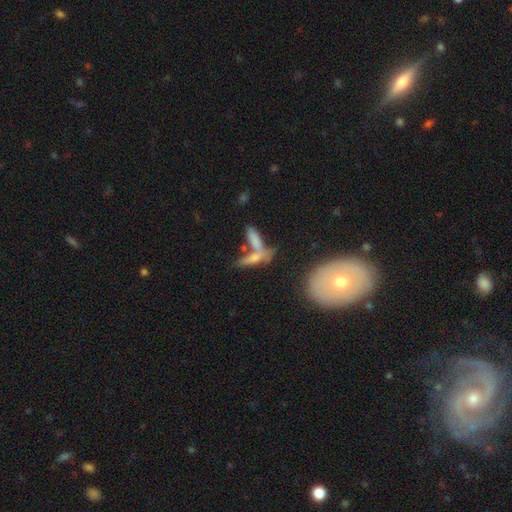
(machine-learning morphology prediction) A smooth galaxy with no disk features (64%) that is cigar-shaped (53%).

Vote fractions:
- Smooth or featured? smooth: 64% / featured or disk: 26% / star or artifact: 10%
- How rounded? cigar-shaped: 53% / in between: 44% / round: 3%
- Merging? merger: 51% / none: 32% / minor disturbance: 10% / major disturbance: 6%